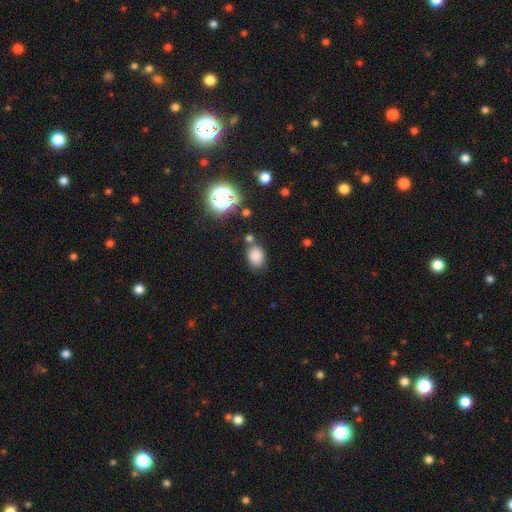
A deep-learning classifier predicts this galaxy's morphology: Overall: smooth (81%). How rounded: in between (71%). Merging: none (70%).